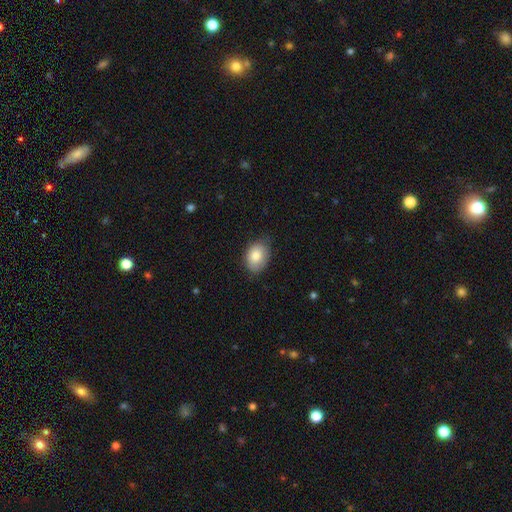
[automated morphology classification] This is clearly a smooth galaxy (82%). How rounded: likely in between (72%). Merging: likely none (73%).